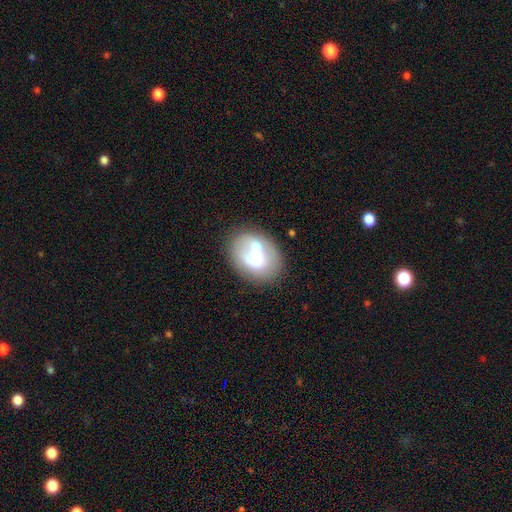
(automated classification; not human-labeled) Smooth or featured? Predicted: smooth (p=0.53). How rounded? Predicted: in between (p=0.58). Merging? Predicted: none (p=0.52).